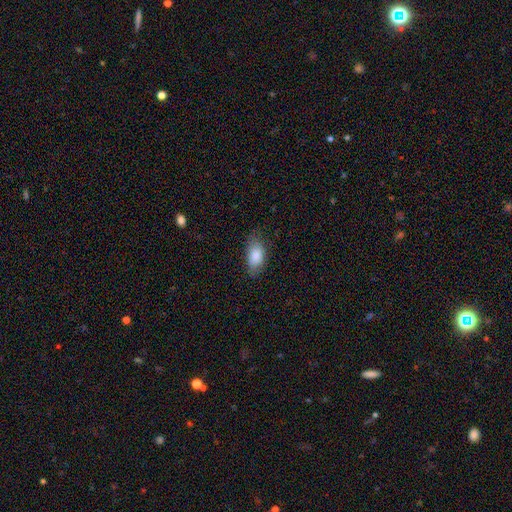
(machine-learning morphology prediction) Overall: smooth (85%). How rounded: in between (92%). Merging: none (73%).